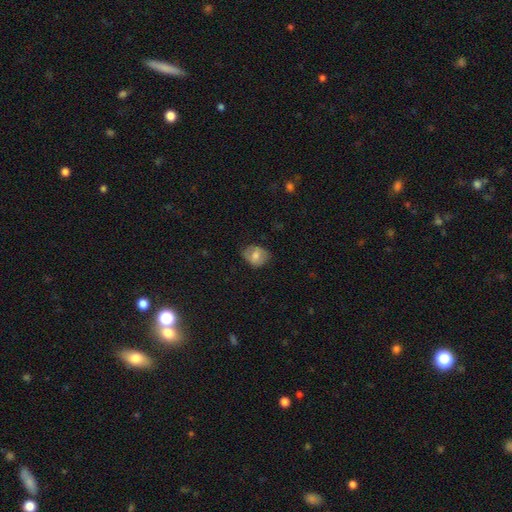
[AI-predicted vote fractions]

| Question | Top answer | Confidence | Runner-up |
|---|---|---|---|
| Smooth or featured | smooth | 67% | featured or disk (24%) |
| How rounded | in between | 52% | round (47%) |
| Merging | none | 71% | minor disturbance (22%) |